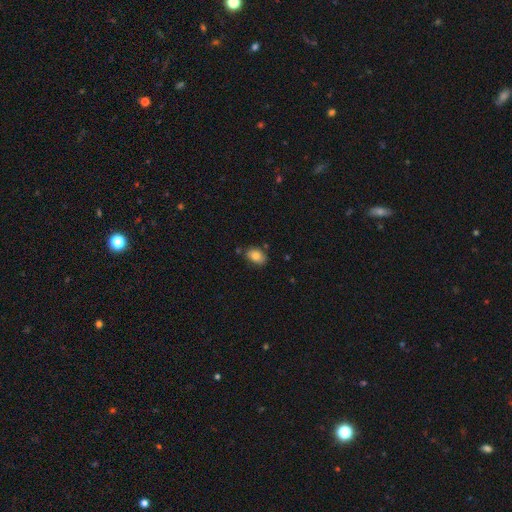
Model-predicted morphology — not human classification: Q: Smooth or featured?
A: smooth (82%); runner-up: featured or disk (9%)
Q: How rounded?
A: in between (82%); runner-up: round (17%)
Q: Merging?
A: none (76%); runner-up: minor disturbance (16%)